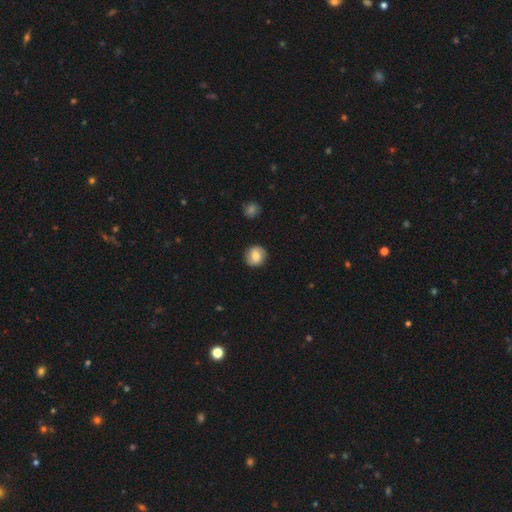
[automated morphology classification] This appears to be a smooth galaxy with no disk features (61%) that is round (87%). Merging: none (87%).